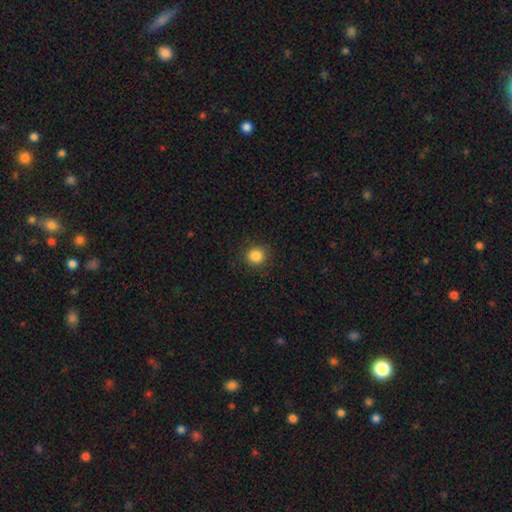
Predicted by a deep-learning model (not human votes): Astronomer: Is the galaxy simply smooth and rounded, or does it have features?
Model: smooth — 85%.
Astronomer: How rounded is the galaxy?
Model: round — 87%.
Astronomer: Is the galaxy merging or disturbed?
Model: none — 88%.